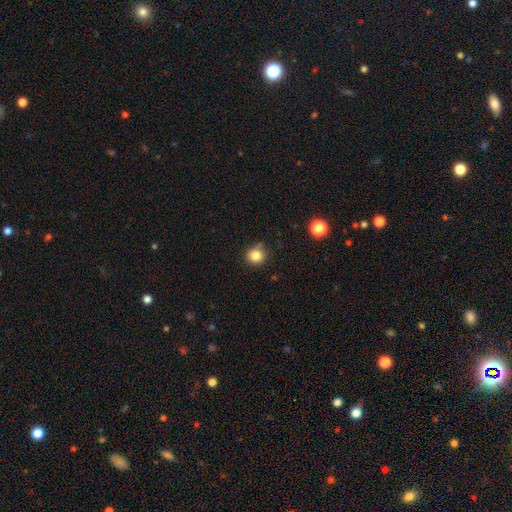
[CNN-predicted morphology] smooth 83%, star or artifact 12%, featured or disk 6%. Down the decision tree: how rounded — round (89%); merging — none (79%).